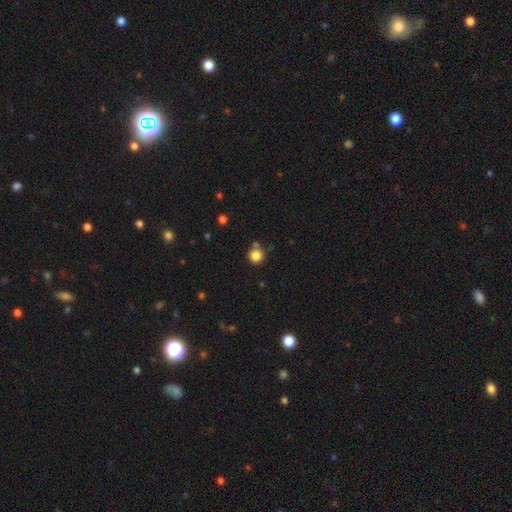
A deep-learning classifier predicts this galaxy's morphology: The model was most divided on "merging": none: 73%, merger: 14%, minor disturbance: 11%, major disturbance: 3%. More confident: how rounded — round (93%); smooth or featured — smooth (84%).